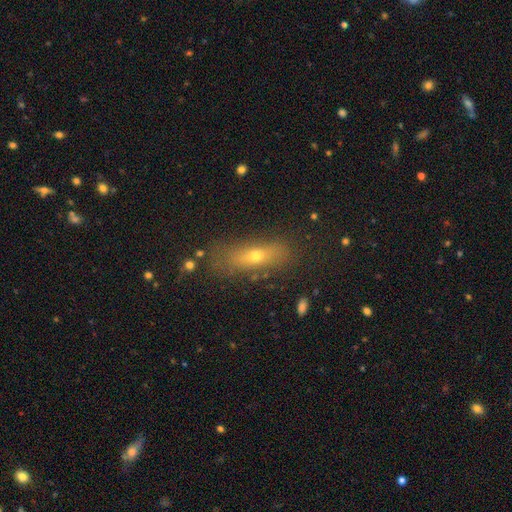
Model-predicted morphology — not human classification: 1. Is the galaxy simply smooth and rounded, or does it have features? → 54% smooth, 29% featured or disk, 17% star or artifact.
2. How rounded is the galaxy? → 48% in between, 47% cigar-shaped, 5% round.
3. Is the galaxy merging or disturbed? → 78% none, 14% minor disturbance, 5% major disturbance, 3% merger.